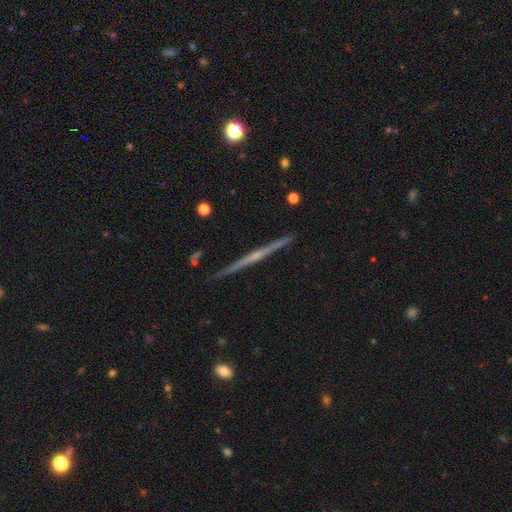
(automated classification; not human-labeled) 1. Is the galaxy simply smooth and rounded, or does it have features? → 79% featured or disk, 15% smooth, 6% star or artifact.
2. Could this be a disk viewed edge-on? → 99% yes, 1% no.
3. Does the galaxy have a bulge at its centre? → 52% rounded, 40% none, 8% boxy.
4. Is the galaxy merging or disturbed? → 92% none, 5% minor disturbance, 1% merger, 1% major disturbance.